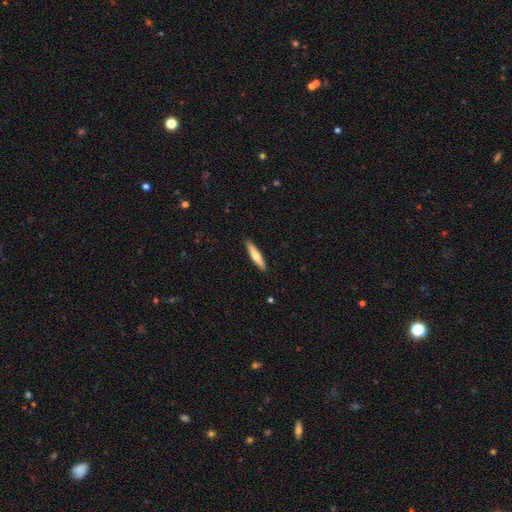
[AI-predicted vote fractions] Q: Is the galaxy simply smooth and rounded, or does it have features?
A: smooth — 63%.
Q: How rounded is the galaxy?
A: cigar-shaped — 88%.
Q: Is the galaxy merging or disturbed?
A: none — 91%.